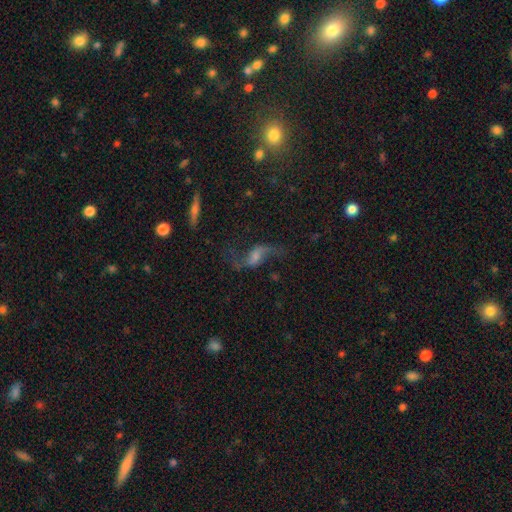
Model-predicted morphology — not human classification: This appears to be a featured or disk galaxy (75%) with a weak bar (43%), 2 (91%) loose (90%) spiral arms (91%) and a small central bulge (36%). Merging: none (64%).